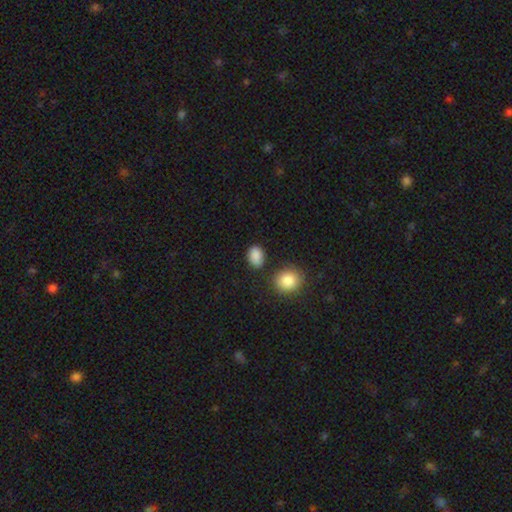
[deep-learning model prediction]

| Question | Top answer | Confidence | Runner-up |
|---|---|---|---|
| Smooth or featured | smooth | 87% | star or artifact (9%) |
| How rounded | in between | 71% | round (27%) |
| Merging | none | 76% | minor disturbance (15%) |